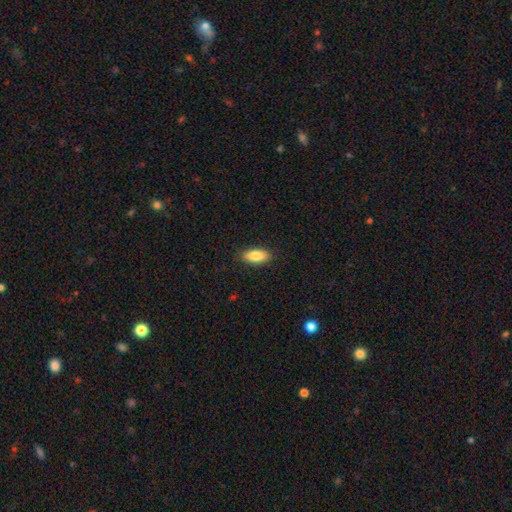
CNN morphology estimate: Q: Smooth or featured?
A: smooth (85%); runner-up: featured or disk (9%)
Q: How rounded?
A: in between (85%); runner-up: cigar-shaped (12%)
Q: Merging?
A: none (88%); runner-up: minor disturbance (9%)